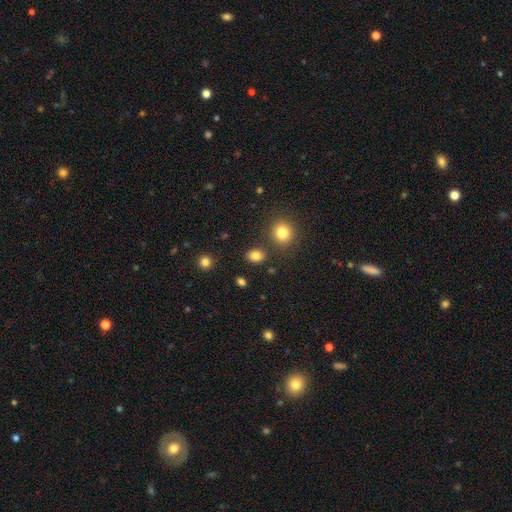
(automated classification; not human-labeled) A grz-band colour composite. It shows a smooth galaxy with no disk features (83%) that is in between round and cigar-shaped (56%). Merging: none (82%).